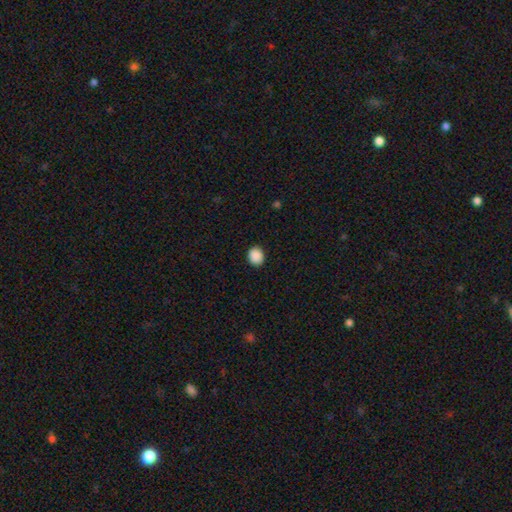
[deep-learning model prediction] smooth_or_featured: smooth (p=0.90) [alt: star or artifact p=0.08]
how_rounded: round (p=0.63) [alt: in between p=0.36]
merging: none (p=0.90) [alt: minor disturbance p=0.07]